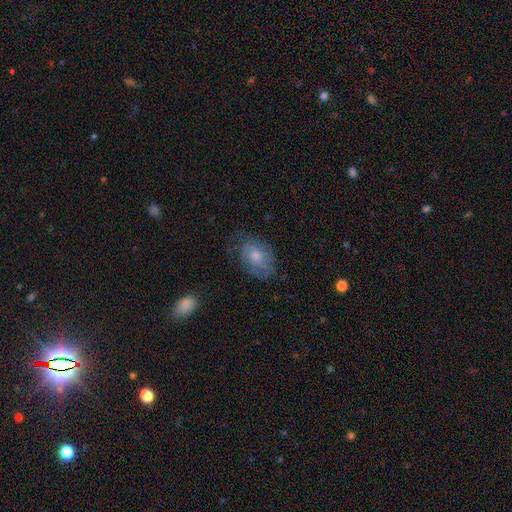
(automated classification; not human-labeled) Smooth or featured?
  - featured or disk: 50% *
  - smooth: 40%
  - star or artifact: 10%
Edge-on disk?
  - no: 94% *
  - yes: 6%
Merging?
  - none: 70% *
  - minor disturbance: 21%
  - major disturbance: 8%
  - merger: 1%